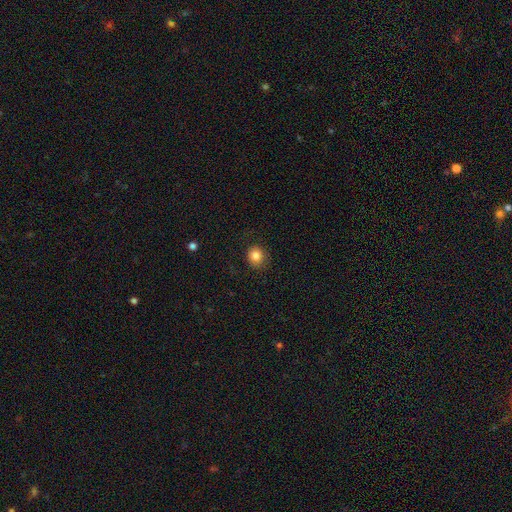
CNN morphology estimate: Smooth or featured? smooth (83%)
How rounded? round (87%)
Merging? none (87%)